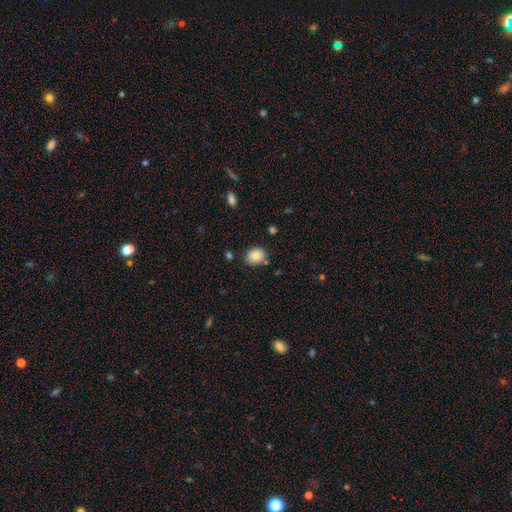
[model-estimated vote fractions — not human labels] Morphology: type=smooth (85%); roundness=round (55%); merging=none (80%).